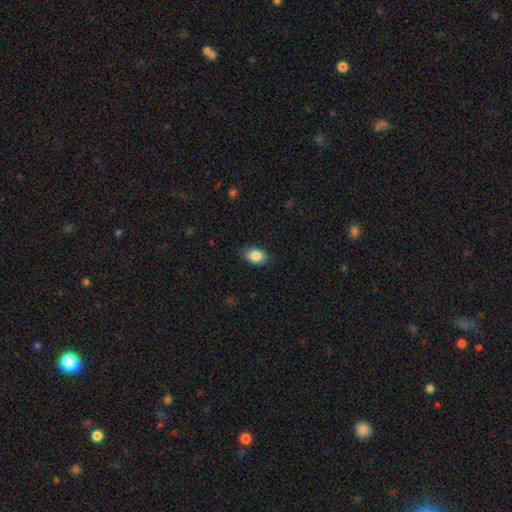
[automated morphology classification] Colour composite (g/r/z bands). It shows a smooth galaxy with no disk features (86%) that is in between round and cigar-shaped (81%). Merging: none (85%).